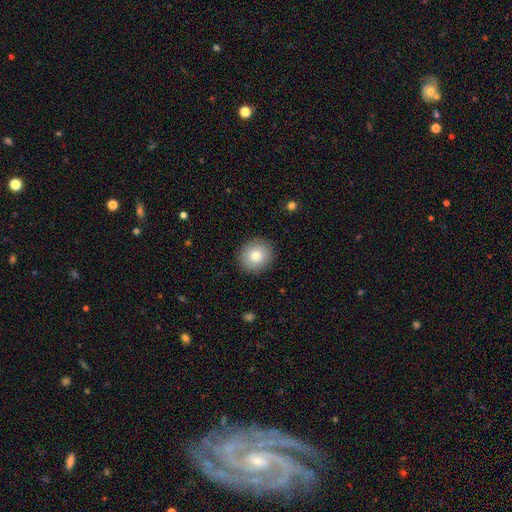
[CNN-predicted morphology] smooth-or-featured: smooth: 79% | featured or disk: 11% | star or artifact: 10%
  how-rounded: round: 90% | in between: 9% | cigar-shaped: 1%
  merging: none: 91% | minor disturbance: 6% | major disturbance: 2% | merger: 1%